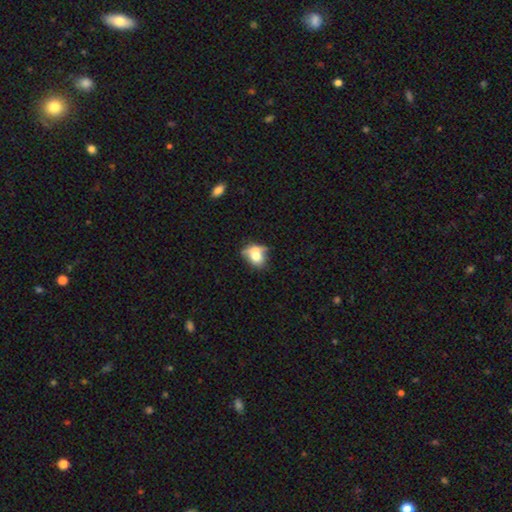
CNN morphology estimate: type=smooth (64%); roundness=in between (55%); merging=none (33%, tied with merger).